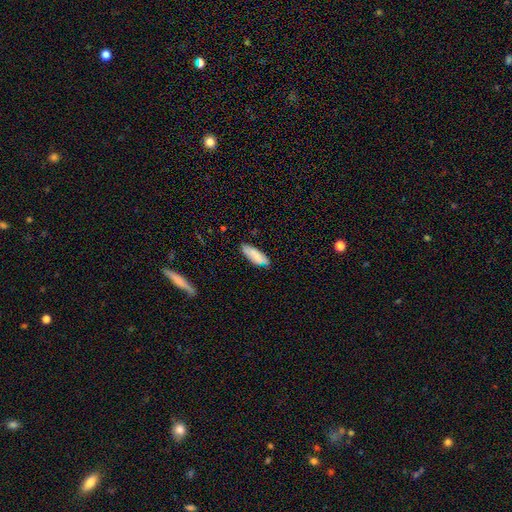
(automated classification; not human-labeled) Smooth or featured: smooth — 80% (featured or disk — 13%)
How rounded: in between — 64% (cigar-shaped — 35%)
Merging: none — 75% (minor disturbance — 19%)